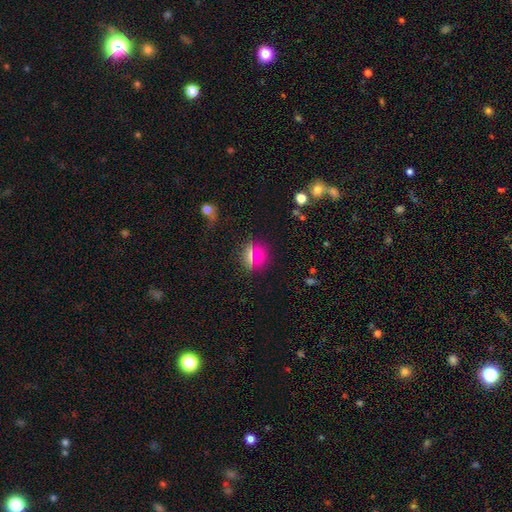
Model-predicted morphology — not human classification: This is likely a smooth galaxy (69%). How rounded: clearly round (83%). Merging: clearly none (81%).